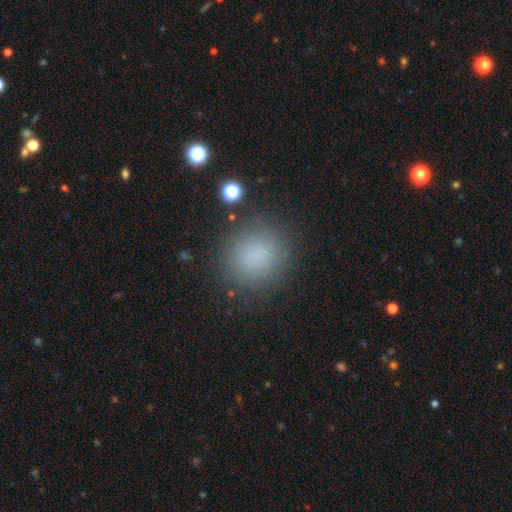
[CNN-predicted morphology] Q: Smooth or featured?
A: smooth (83%); runner-up: star or artifact (13%)
Q: How rounded?
A: round (84%); runner-up: in between (15%)
Q: Merging?
A: none (86%); runner-up: minor disturbance (9%)